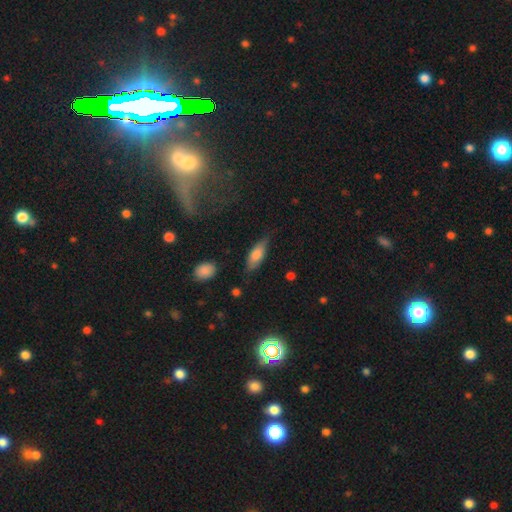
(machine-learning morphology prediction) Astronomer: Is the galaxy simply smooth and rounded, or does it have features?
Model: smooth — 75%.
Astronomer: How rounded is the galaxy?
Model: in between — 73%.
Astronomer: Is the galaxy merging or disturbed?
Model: none — 68%.